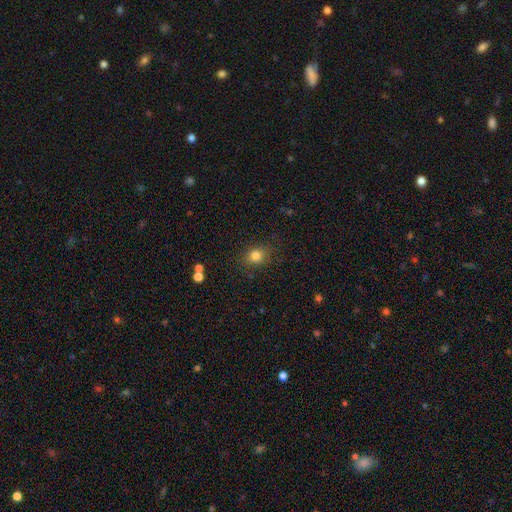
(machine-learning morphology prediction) The model was most divided on "how rounded": round: 63%, in between: 36%, cigar-shaped: 1%. More confident: merging — none (81%); smooth or featured — smooth (80%).